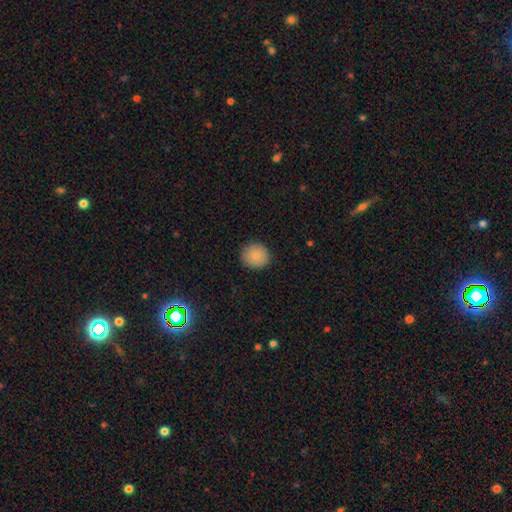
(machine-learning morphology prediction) Smooth or featured? Predicted: smooth (p=0.87). How rounded? Predicted: round (p=0.88). Merging? Predicted: none (p=0.90).